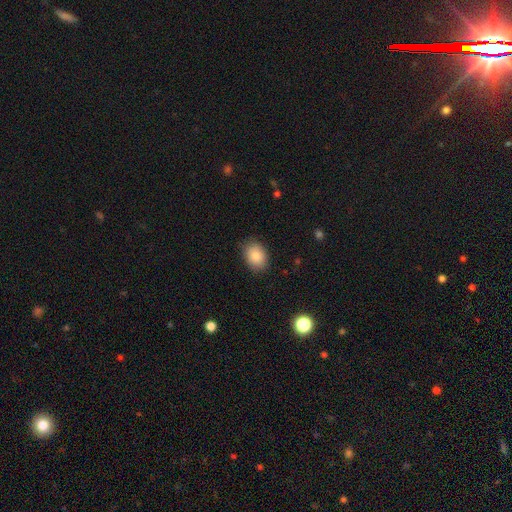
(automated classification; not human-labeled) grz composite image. It shows a smooth galaxy with no disk features (87%) that is in between round and cigar-shaped (71%). Merging: none (85%).